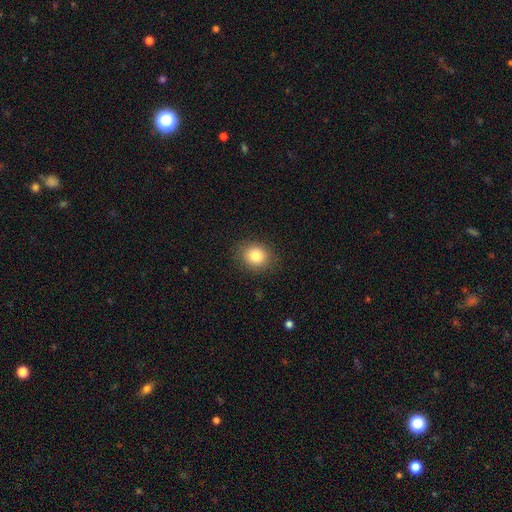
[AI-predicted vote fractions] Overall: smooth (83%). How rounded: round (69%; in between 30%). Merging: none (87%).